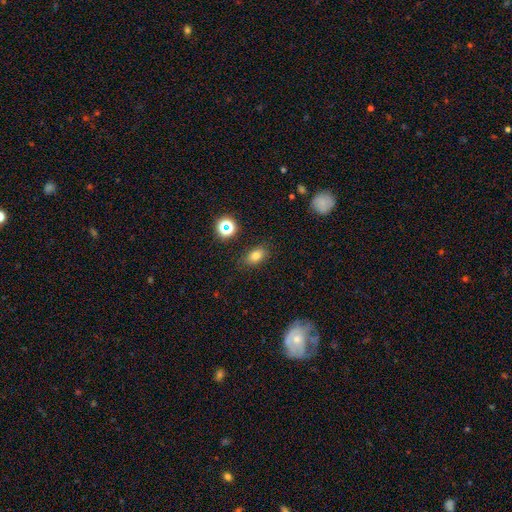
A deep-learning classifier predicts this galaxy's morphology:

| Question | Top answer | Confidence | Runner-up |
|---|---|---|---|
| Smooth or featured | smooth | 74% | star or artifact (16%) |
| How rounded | in between | 80% | round (18%) |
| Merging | none | 83% | minor disturbance (12%) |